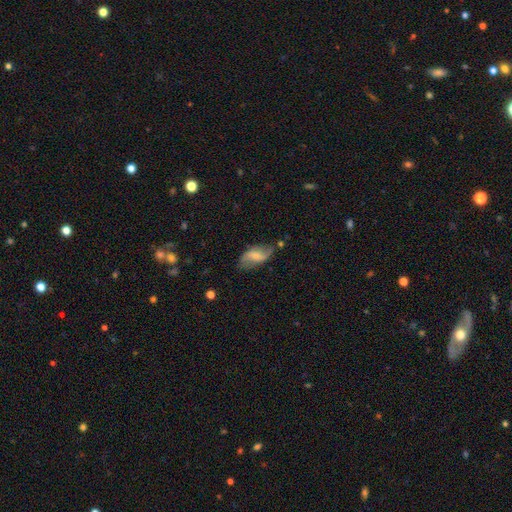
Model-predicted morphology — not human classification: Smooth or featured?
  - featured or disk: 53% *
  - smooth: 39%
  - star or artifact: 8%
Edge-on disk?
  - no: 93% *
  - yes: 7%
Merging?
  - none: 63% *
  - minor disturbance: 24%
  - major disturbance: 9%
  - merger: 4%